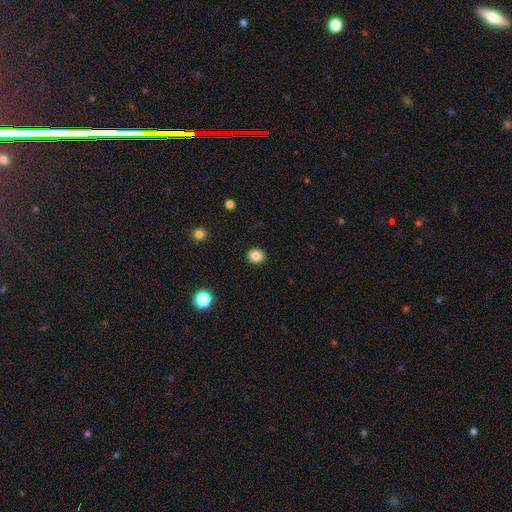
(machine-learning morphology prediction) The model was most divided on "how rounded": round: 70%, in between: 29%, cigar-shaped: 1%. More confident: merging — none (91%); smooth or featured — smooth (85%).